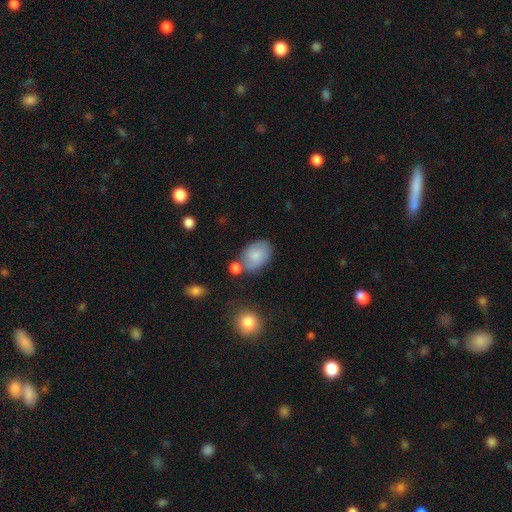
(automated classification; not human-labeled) Smooth or featured? Predicted: smooth (p=0.74). How rounded? Predicted: in between (p=0.80). Merging? Predicted: none (p=0.60).